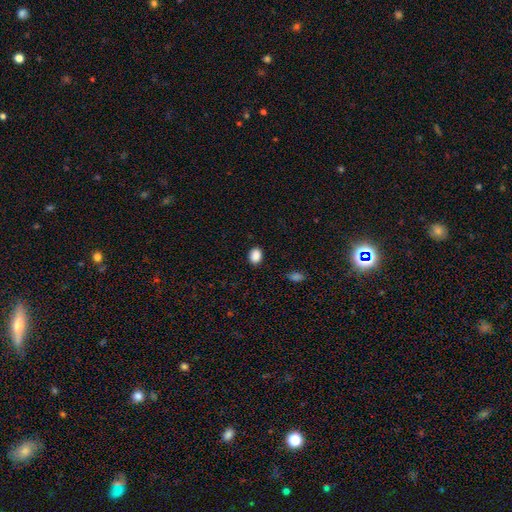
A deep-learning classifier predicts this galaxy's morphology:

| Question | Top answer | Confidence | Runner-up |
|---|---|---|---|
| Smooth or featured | smooth | 88% | star or artifact (9%) |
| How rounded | in between | 59% | round (40%) |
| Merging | none | 88% | minor disturbance (9%) |